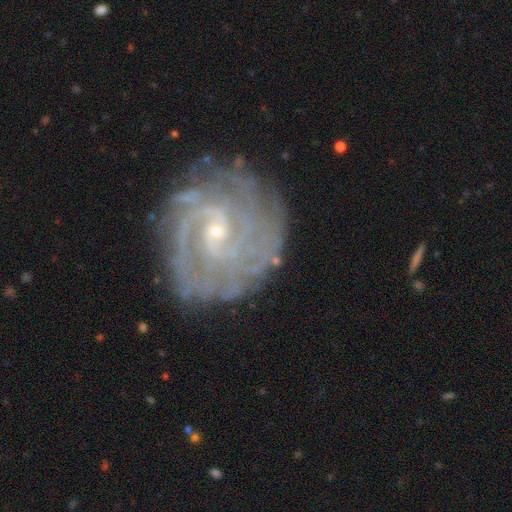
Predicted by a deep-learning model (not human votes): A featured or disk galaxy (85%) with a weak bar (51%), tight (69%) spiral arms (96%) and a small central bulge (74%). Merging: none (79%).